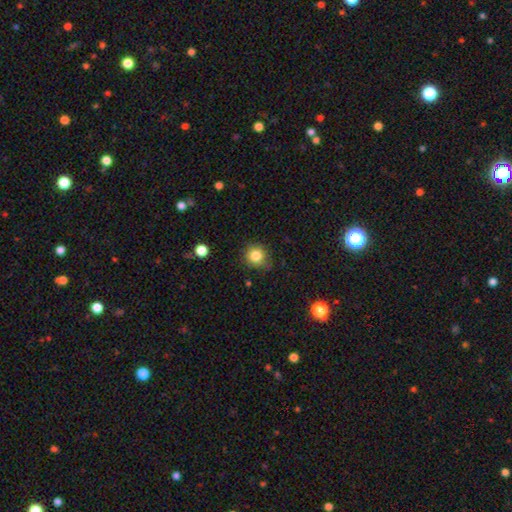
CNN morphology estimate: smooth 83%, star or artifact 11%, featured or disk 6%. Down the decision tree: how rounded — round (91%); merging — none (81%).